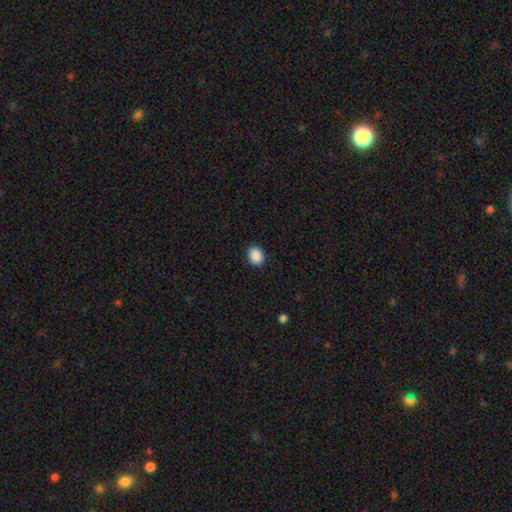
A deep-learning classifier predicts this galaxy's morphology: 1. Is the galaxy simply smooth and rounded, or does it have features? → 90% smooth, 8% star or artifact, 2% featured or disk.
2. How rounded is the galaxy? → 62% in between, 37% round, 1% cigar-shaped.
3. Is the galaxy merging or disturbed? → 90% none, 7% minor disturbance, 2% major disturbance, 1% merger.